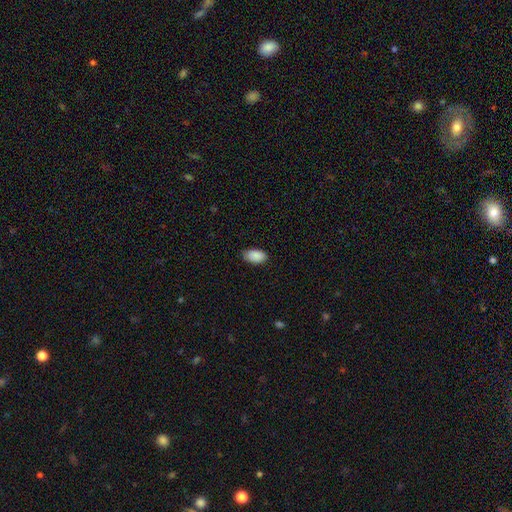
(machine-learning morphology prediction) Smooth or featured: smooth — 89% (star or artifact — 7%)
How rounded: in between — 94% (round — 4%)
Merging: none — 81% (minor disturbance — 16%)